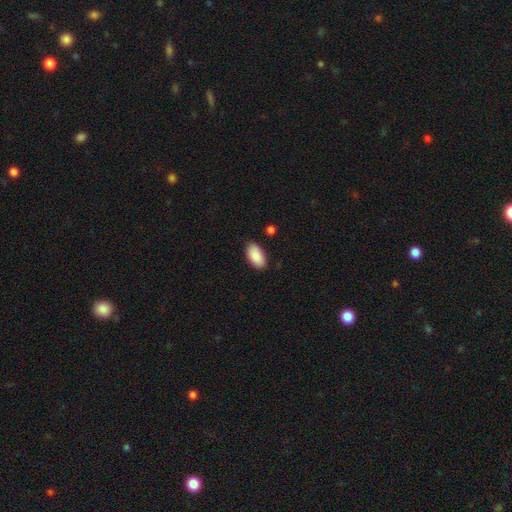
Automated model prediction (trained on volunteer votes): A smooth galaxy with no disk features (89%) that is in between round and cigar-shaped (95%).

Vote fractions:
- Smooth or featured? smooth: 89% / star or artifact: 6% / featured or disk: 4%
- How rounded? in between: 95% / cigar-shaped: 3% / round: 2%
- Merging? none: 86% / minor disturbance: 10% / major disturbance: 2% / merger: 2%